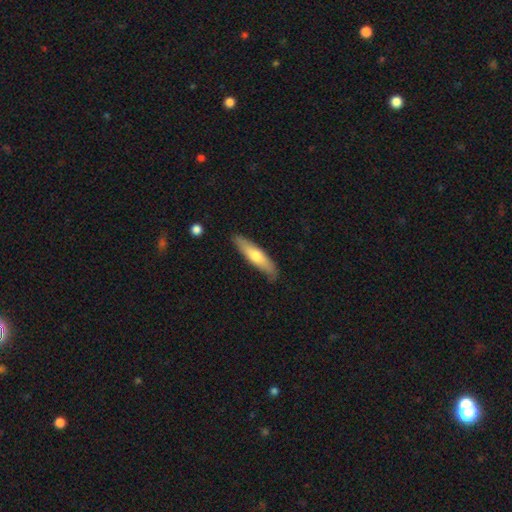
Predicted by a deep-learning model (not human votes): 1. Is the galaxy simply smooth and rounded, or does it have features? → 61% smooth, 34% featured or disk, 5% star or artifact.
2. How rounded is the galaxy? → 77% cigar-shaped, 21% in between, 2% round.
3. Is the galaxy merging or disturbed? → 84% none, 13% minor disturbance, 2% major disturbance, 1% merger.